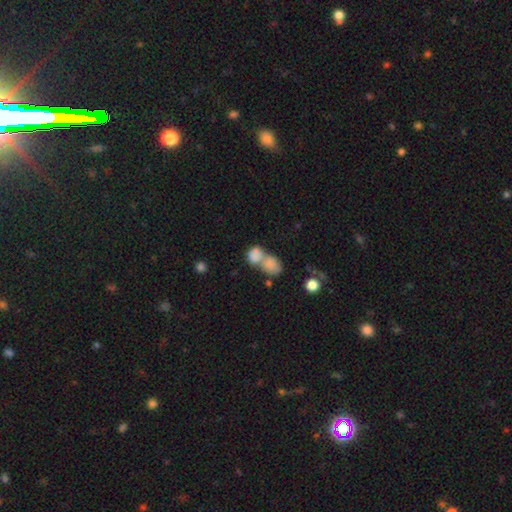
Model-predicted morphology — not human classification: smooth-or-featured: smooth: 79% | featured or disk: 12% | star or artifact: 9%
  how-rounded: in between: 54% | round: 44% | cigar-shaped: 2%
  merging: merger: 72% | none: 18% | minor disturbance: 6% | major disturbance: 4%